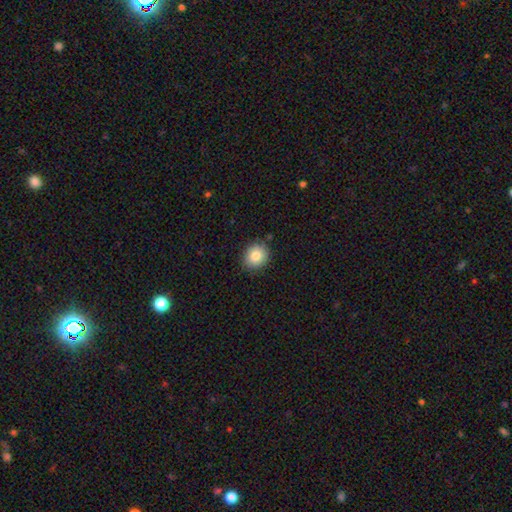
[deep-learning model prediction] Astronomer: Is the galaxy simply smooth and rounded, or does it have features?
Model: smooth — 82%.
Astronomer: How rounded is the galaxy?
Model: round — 79%.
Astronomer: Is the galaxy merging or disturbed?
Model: none — 87%.